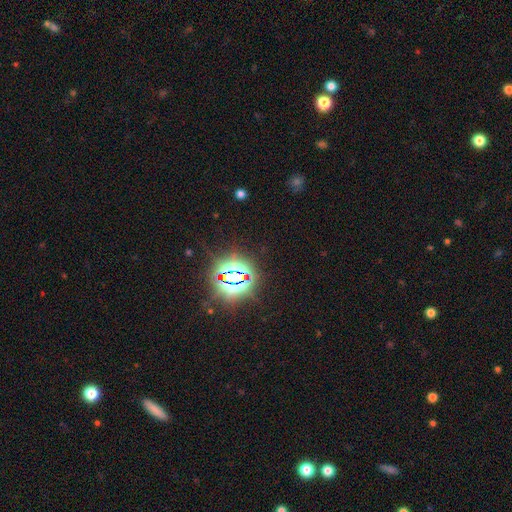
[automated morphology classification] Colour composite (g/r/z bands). It shows a star or artifact, not a galaxy (82%).